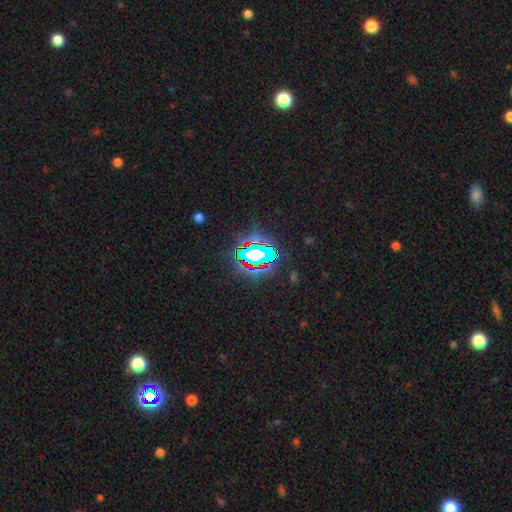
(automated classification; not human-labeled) star or artifact 72%, smooth 15%, featured or disk 13%.